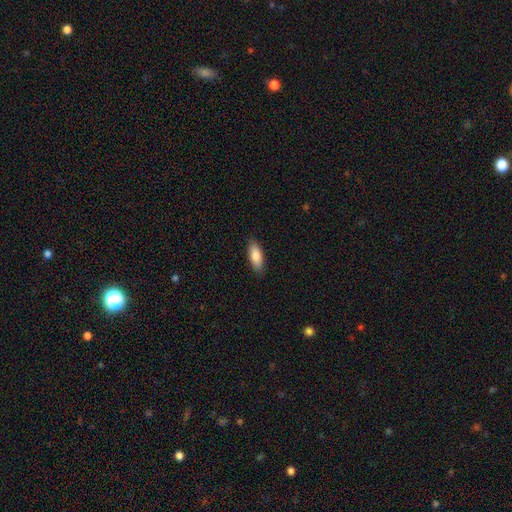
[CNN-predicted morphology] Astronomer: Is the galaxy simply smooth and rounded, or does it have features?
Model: smooth — 83%.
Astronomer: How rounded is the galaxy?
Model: in between — 73%.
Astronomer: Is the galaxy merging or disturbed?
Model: none — 88%.